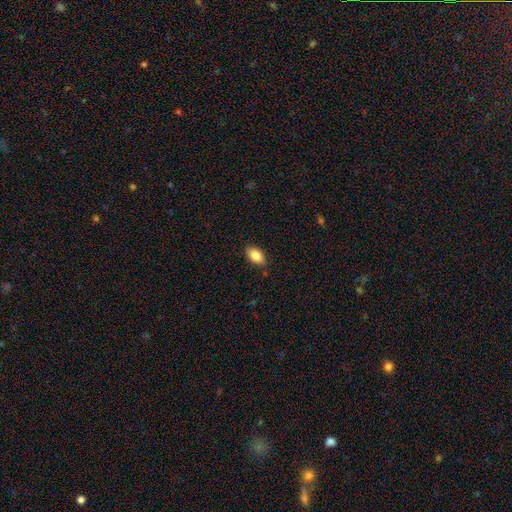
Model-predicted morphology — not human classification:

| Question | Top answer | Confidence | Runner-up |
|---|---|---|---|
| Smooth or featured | smooth | 86% | star or artifact (8%) |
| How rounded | in between | 91% | round (7%) |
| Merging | none | 85% | minor disturbance (12%) |